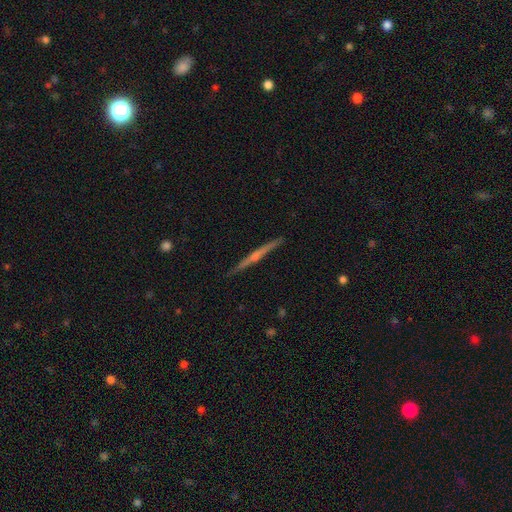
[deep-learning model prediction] Smooth or featured?
  - featured or disk: 72% *
  - smooth: 21%
  - star or artifact: 7%
Edge-on disk?
  - yes: 98% *
  - no: 2%
Edge-on bulge?
  - rounded: 61% *
  - none: 32%
  - boxy: 7%
Merging?
  - none: 89% *
  - minor disturbance: 8%
  - major disturbance: 1%
  - merger: 1%